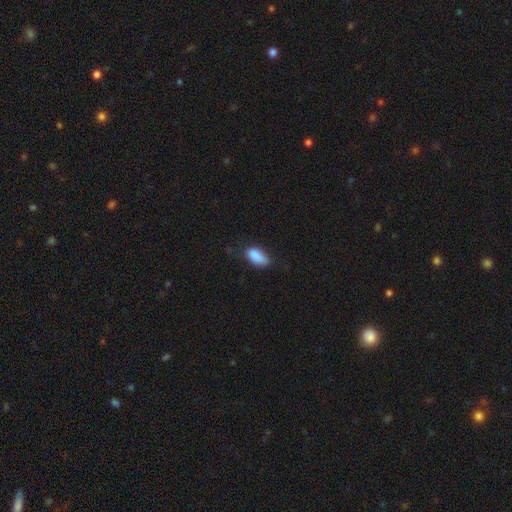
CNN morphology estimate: Overall: smooth (85%). How rounded: in between (89%). Merging: none (46%; minor disturbance 38%).